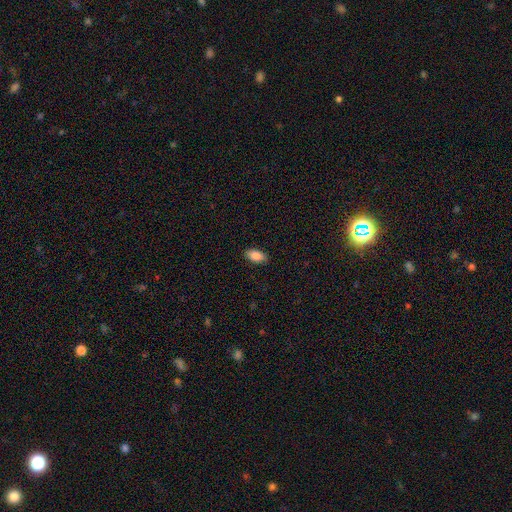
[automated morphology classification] A smooth galaxy with no disk features (87%) that is in between round and cigar-shaped (92%). Merging: none (88%).